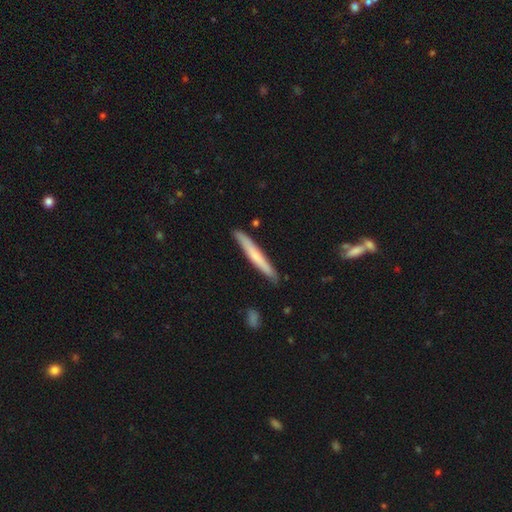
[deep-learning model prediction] This appears to be a smooth galaxy with no disk features (59%) that is cigar-shaped (96%). Merging: none (88%).